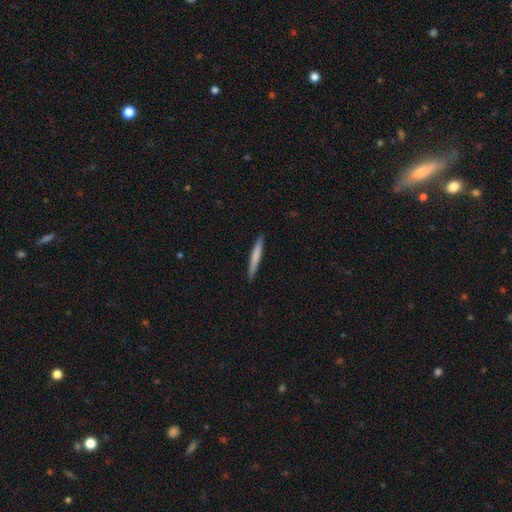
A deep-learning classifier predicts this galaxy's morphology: smooth_or_featured: smooth (p=0.70) [alt: featured or disk p=0.25]
how_rounded: cigar-shaped (p=0.96) [alt: in between p=0.03]
merging: none (p=0.90) [alt: minor disturbance p=0.08]